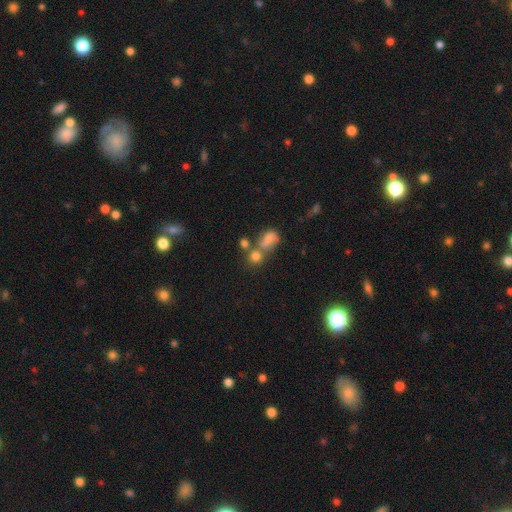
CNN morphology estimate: A smooth galaxy with no disk features (46%).

Vote fractions:
- Smooth or featured? smooth: 46% / star or artifact: 40% / featured or disk: 14%
- Merging? none: 53% / merger: 31% / minor disturbance: 10% / major disturbance: 7%